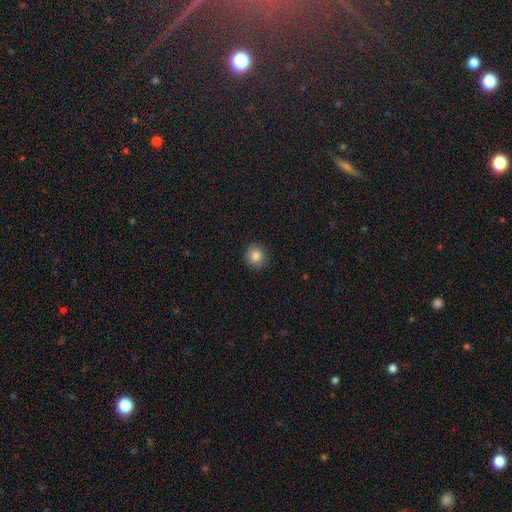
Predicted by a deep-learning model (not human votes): A smooth galaxy with no disk features (85%) that is round (90%). Merging: none (91%).